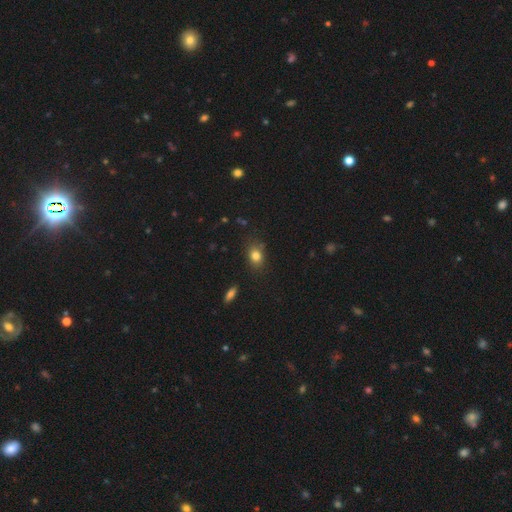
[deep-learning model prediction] smooth_or_featured: smooth (p=0.81) [alt: star or artifact p=0.11]
how_rounded: in between (p=0.60) [alt: round p=0.38]
merging: none (p=0.77) [alt: minor disturbance p=0.17]